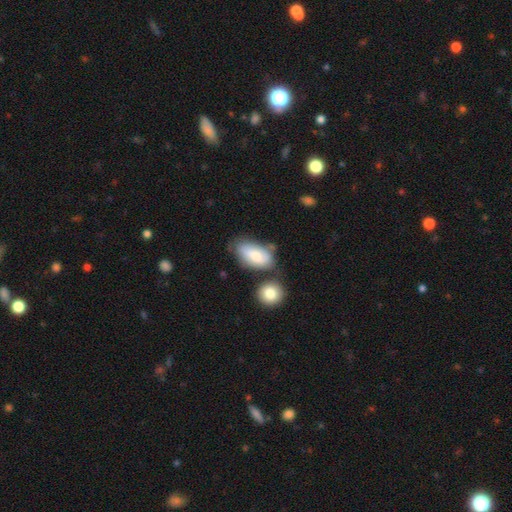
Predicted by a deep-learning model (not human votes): Smooth or featured?
  - smooth: 69% *
  - featured or disk: 25%
  - star or artifact: 7%
How rounded?
  - in between: 90% *
  - round: 6%
  - cigar-shaped: 4%
Merging?
  - none: 49% *
  - minor disturbance: 23%
  - merger: 19%
  - major disturbance: 9%